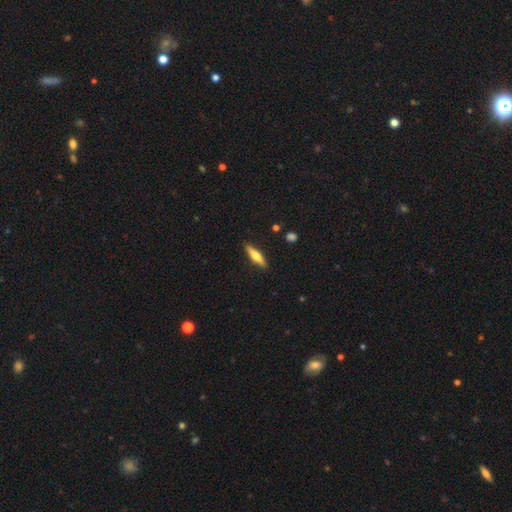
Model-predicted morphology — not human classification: Smooth or featured? Predicted: smooth (p=0.50). How rounded? Predicted: cigar-shaped (p=0.73). Merging? Predicted: none (p=0.89).